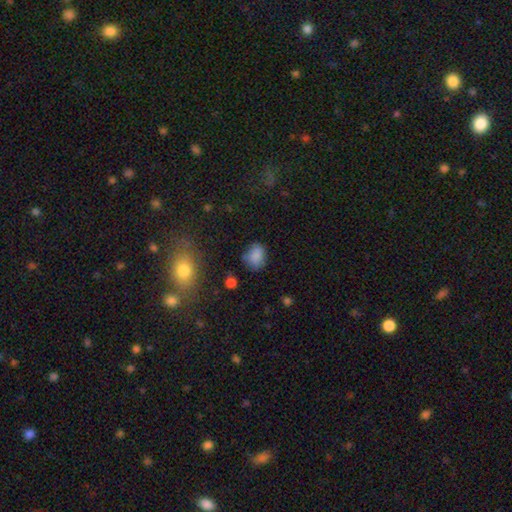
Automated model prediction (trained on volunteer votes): This is clearly a smooth galaxy (83%). How rounded: likely in between (68%). Merging: likely none (68%).